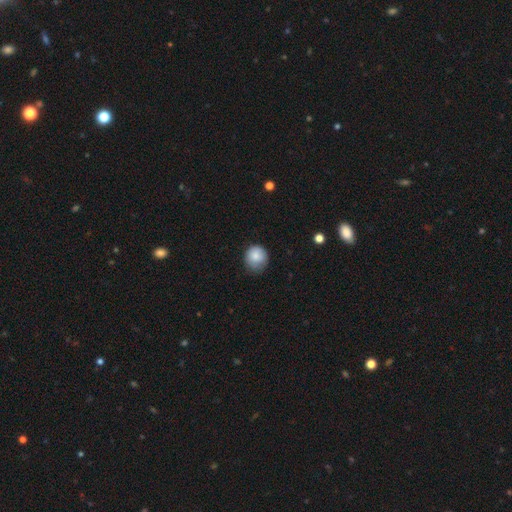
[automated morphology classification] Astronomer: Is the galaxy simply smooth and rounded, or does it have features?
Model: smooth — 85%.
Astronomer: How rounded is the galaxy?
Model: round — 84%.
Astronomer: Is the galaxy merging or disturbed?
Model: none — 63%.